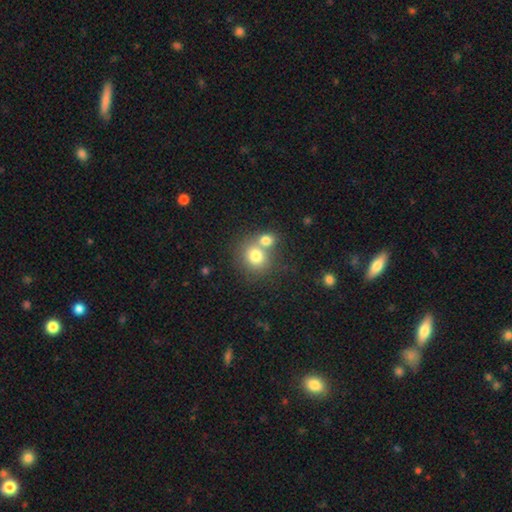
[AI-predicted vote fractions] Q: Smooth or featured?
A: smooth (75%); runner-up: featured or disk (13%)
Q: How rounded?
A: round (81%); runner-up: in between (18%)
Q: Merging?
A: merger (47%); runner-up: none (42%)